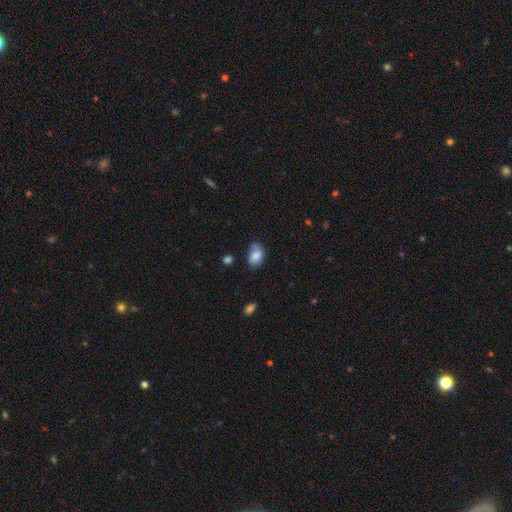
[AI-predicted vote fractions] smooth 79%, featured or disk 12%, star or artifact 8%. Down the decision tree: how rounded — in between (83%); merging — none (55%).